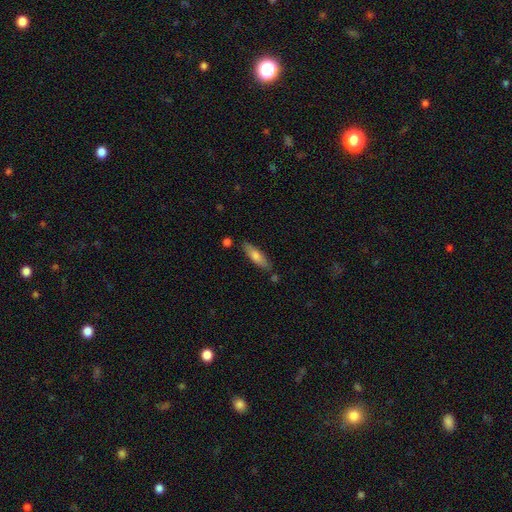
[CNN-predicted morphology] A smooth galaxy with no disk features (66%) that is cigar-shaped (63%). Merging: none (80%).